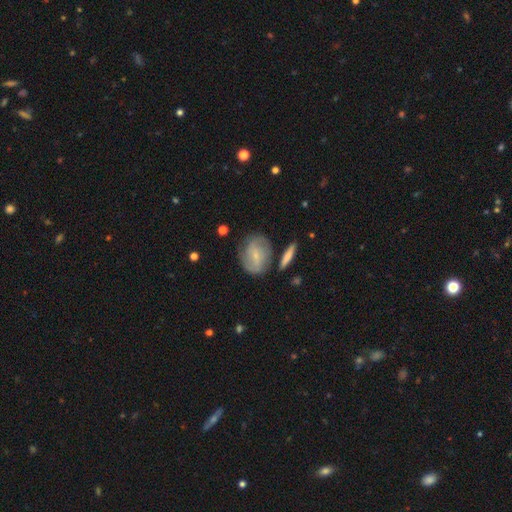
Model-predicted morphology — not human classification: type=featured or disk (53%); edge-on=no (93%); merging=none (67%).